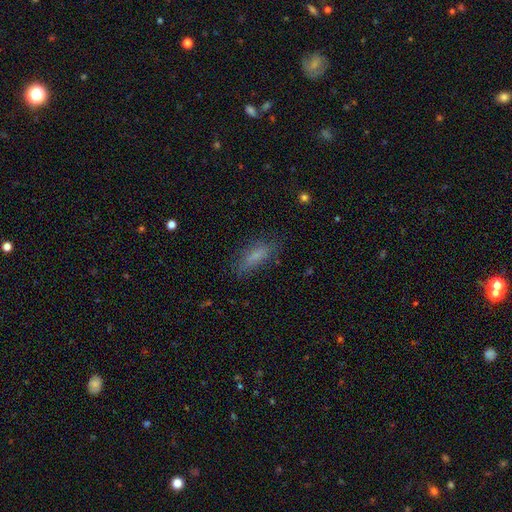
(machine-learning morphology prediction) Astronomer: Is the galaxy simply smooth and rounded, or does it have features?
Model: smooth — 72%.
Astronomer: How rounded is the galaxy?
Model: in between — 54% (runner-up: cigar-shaped, 44%).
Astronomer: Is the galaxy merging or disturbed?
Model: none — 73%.